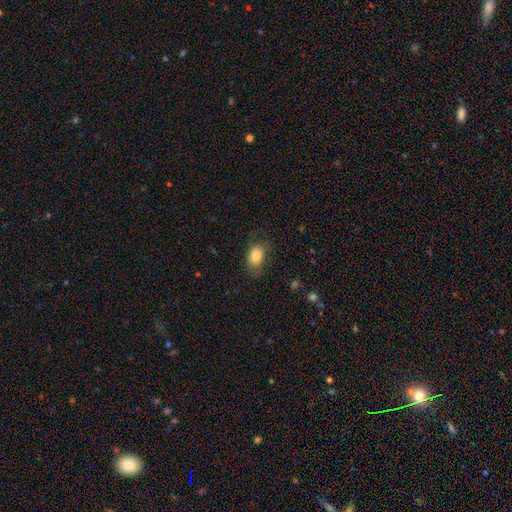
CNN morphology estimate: Smooth or featured?
  - smooth: 83% *
  - star or artifact: 9%
  - featured or disk: 8%
How rounded?
  - in between: 79% *
  - round: 20%
  - cigar-shaped: 1%
Merging?
  - none: 68% *
  - minor disturbance: 22%
  - major disturbance: 9%
  - merger: 1%